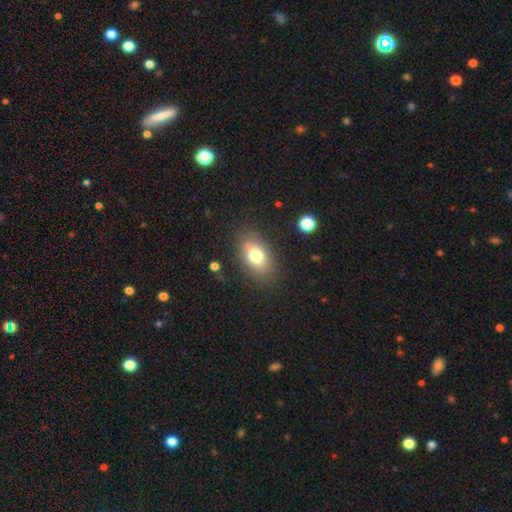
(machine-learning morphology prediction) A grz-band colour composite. It shows a smooth galaxy with no disk features (74%) that is in between round and cigar-shaped (84%). Merging: none (80%).